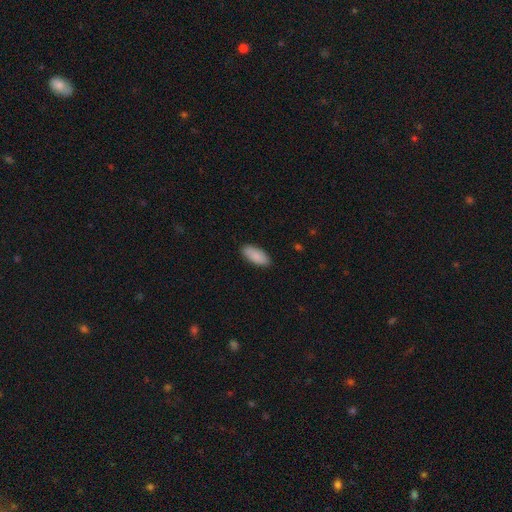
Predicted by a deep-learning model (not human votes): Q: Smooth or featured?
A: smooth (90%); runner-up: star or artifact (6%)
Q: How rounded?
A: in between (88%); runner-up: cigar-shaped (10%)
Q: Merging?
A: none (88%); runner-up: minor disturbance (9%)